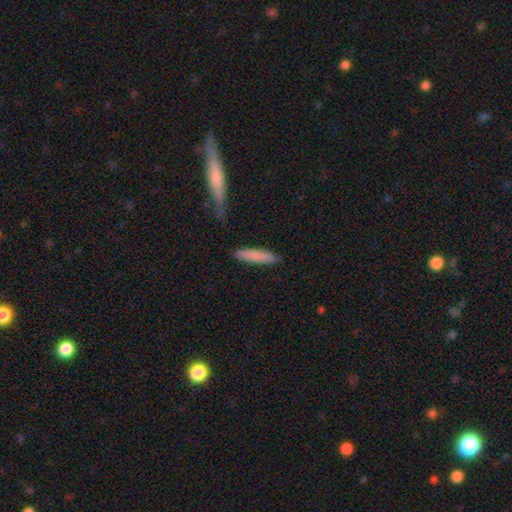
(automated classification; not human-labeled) Smooth or featured? smooth (81%)
How rounded? cigar-shaped (87%)
Merging? none (84%)